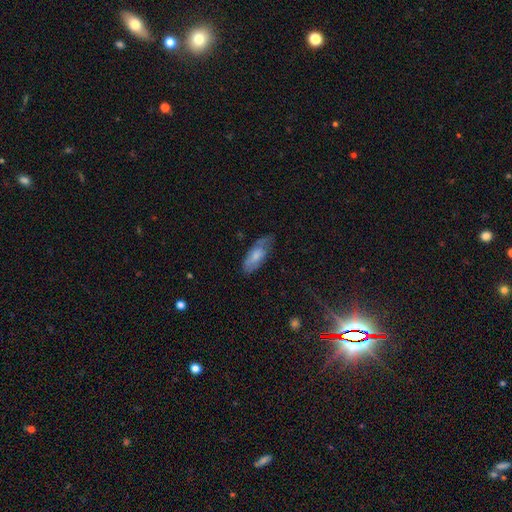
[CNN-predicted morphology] This is likely a smooth galaxy (70%). How rounded: likely in between (76%). Merging: possibly none (57%).